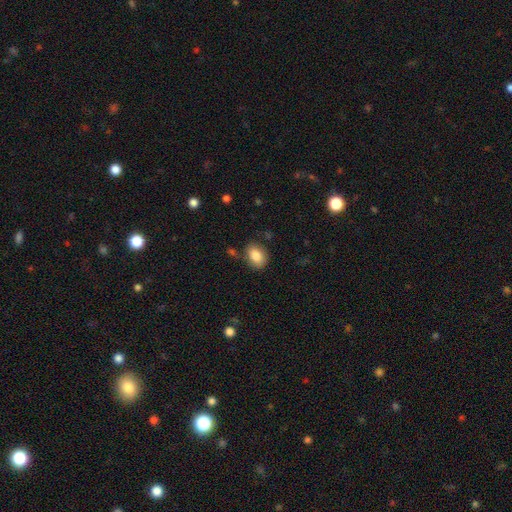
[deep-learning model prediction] Smooth or featured? smooth (84%)
How rounded? in between (73%)
Merging? none (78%)